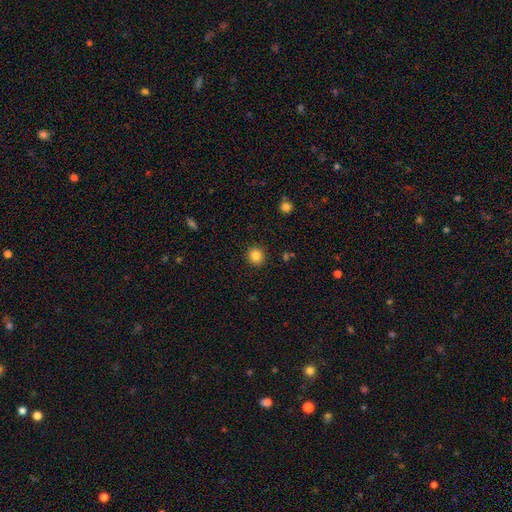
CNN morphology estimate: smooth_or_featured: smooth (p=0.84) [alt: star or artifact p=0.11]
how_rounded: round (p=0.91) [alt: in between p=0.08]
merging: none (p=0.91) [alt: minor disturbance p=0.06]